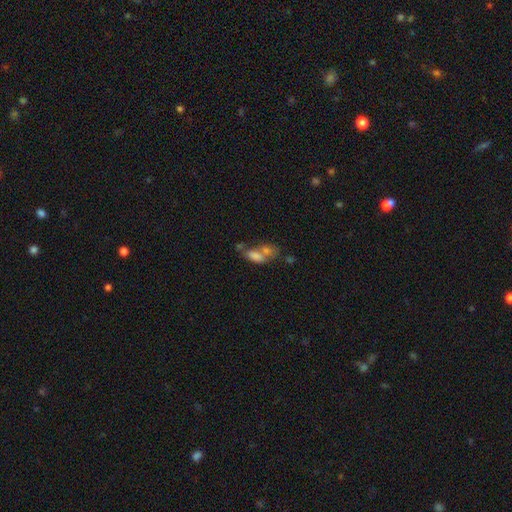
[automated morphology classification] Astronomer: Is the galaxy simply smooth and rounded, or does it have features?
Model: smooth — 71%.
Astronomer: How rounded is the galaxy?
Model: in between — 81%.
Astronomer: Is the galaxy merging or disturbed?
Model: merger — 55%.